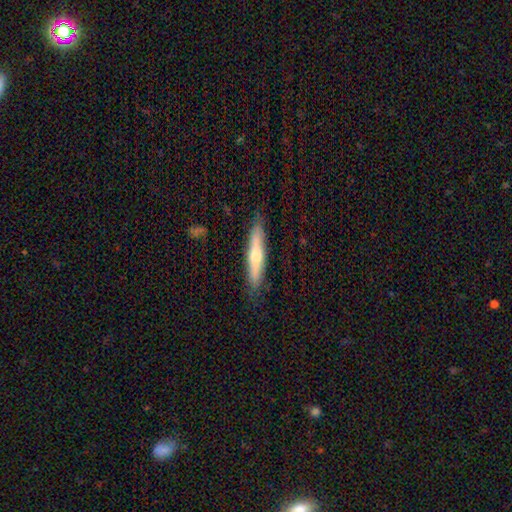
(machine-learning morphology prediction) A smooth galaxy with no disk features (55%) that is cigar-shaped (88%).

Vote fractions:
- Smooth or featured? smooth: 55% / featured or disk: 40% / star or artifact: 6%
- How rounded? cigar-shaped: 88% / in between: 10% / round: 1%
- Merging? none: 85% / minor disturbance: 12% / major disturbance: 2% / merger: 1%